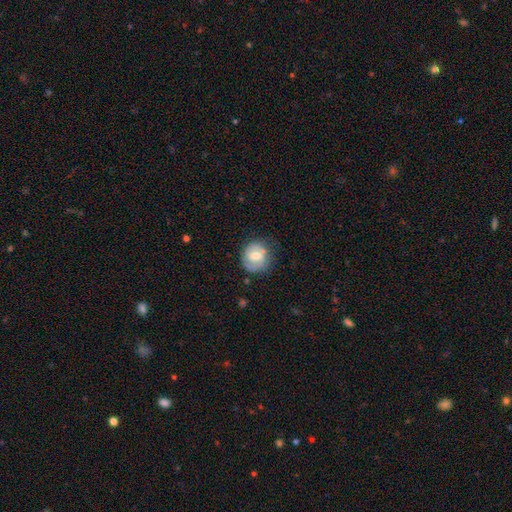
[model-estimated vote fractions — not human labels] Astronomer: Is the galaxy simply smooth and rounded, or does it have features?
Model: featured or disk — 50% (runner-up: smooth, 43%).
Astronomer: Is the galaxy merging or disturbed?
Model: none — 68%.